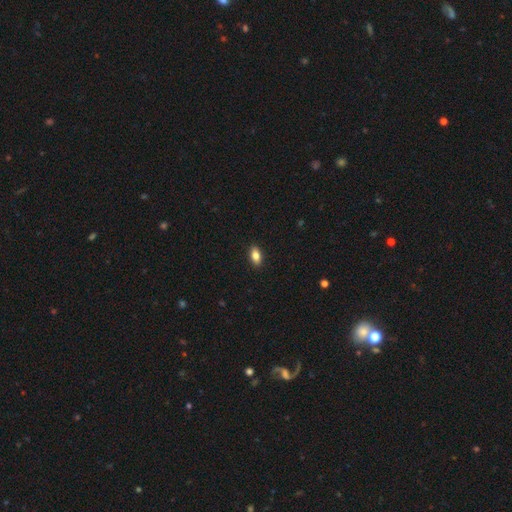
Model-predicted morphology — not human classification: This appears to be a smooth galaxy with no disk features (82%) that is in between round and cigar-shaped (88%). Merging: none (90%).